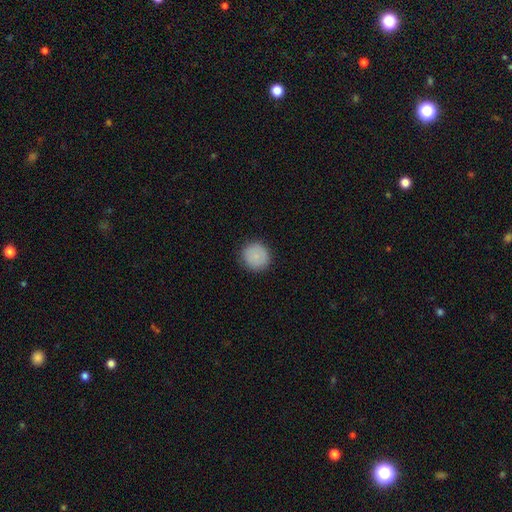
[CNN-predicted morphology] A smooth galaxy with no disk features (86%) that is round (94%). Merging: none (89%).